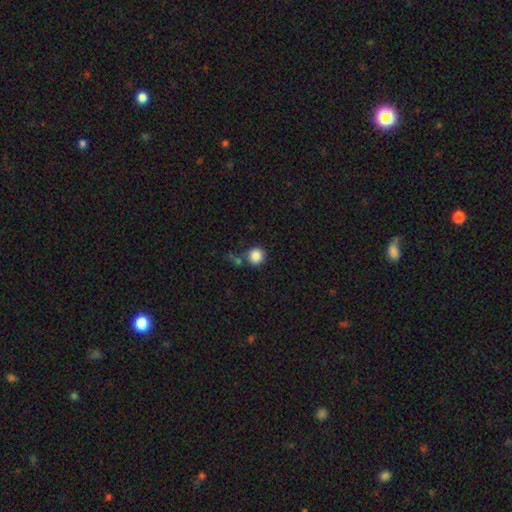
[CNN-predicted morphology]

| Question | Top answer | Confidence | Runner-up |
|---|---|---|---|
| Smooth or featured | smooth | 86% | star or artifact (9%) |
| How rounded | round | 93% | in between (6%) |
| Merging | none | 67% | merger (14%) |